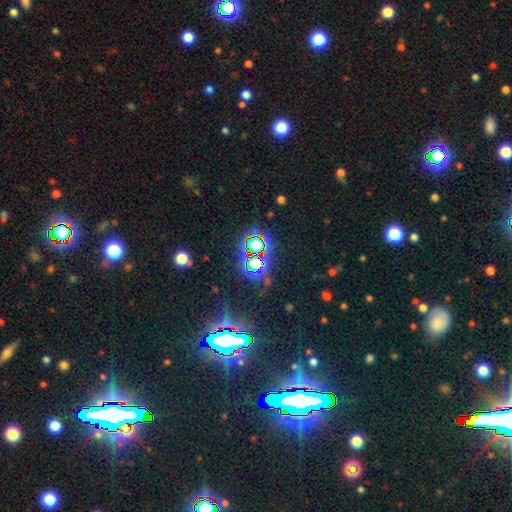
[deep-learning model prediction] A star or artifact, not a galaxy (83%).

Vote fractions:
- Smooth or featured? star or artifact: 83% / smooth: 9% / featured or disk: 7%